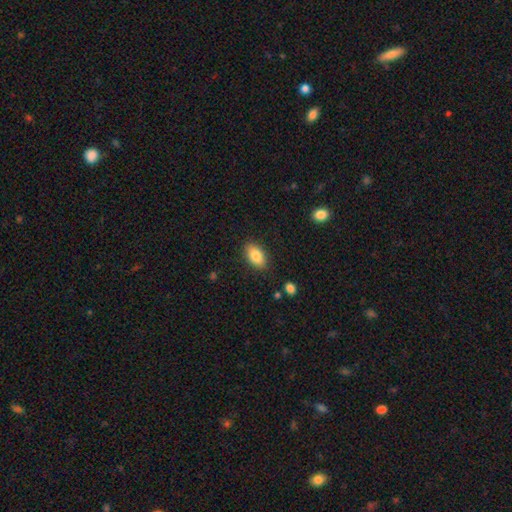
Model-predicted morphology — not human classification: smooth_or_featured: smooth (p=0.83) [alt: featured or disk p=0.09]
how_rounded: in between (p=0.90) [alt: round p=0.07]
merging: none (p=0.86) [alt: minor disturbance p=0.10]